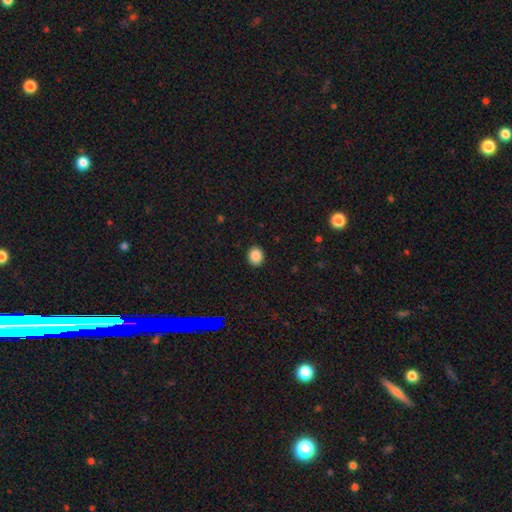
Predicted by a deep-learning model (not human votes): Morphology: type=smooth (87%); roundness=round (62%); merging=none (91%).